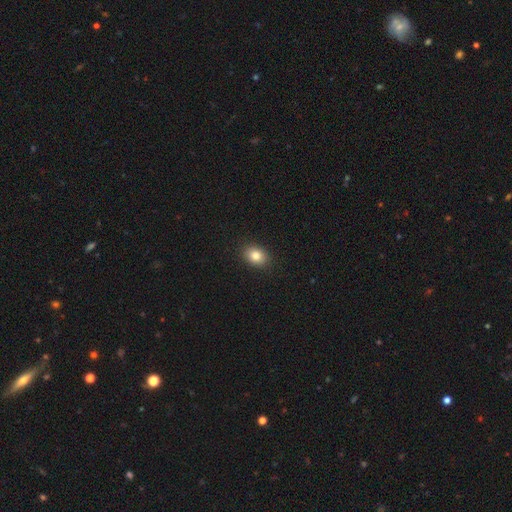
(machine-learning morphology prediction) Smooth or featured? Predicted: smooth (p=0.83). How rounded? Predicted: in between (p=0.64). Merging? Predicted: none (p=0.90).